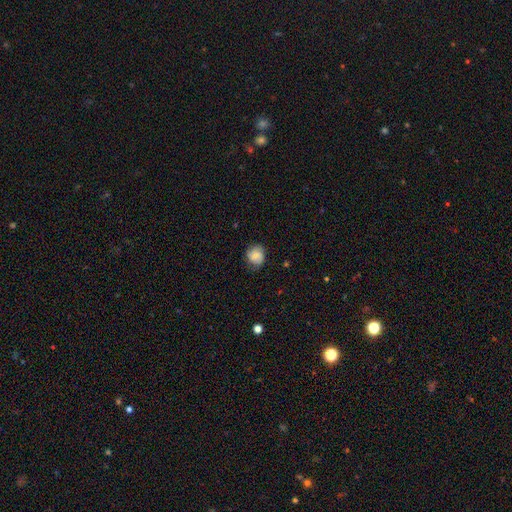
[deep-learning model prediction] The model was most divided on "smooth or featured": smooth: 68%, featured or disk: 24%, star or artifact: 9%. More confident: how rounded — round (76%); merging — none (68%).